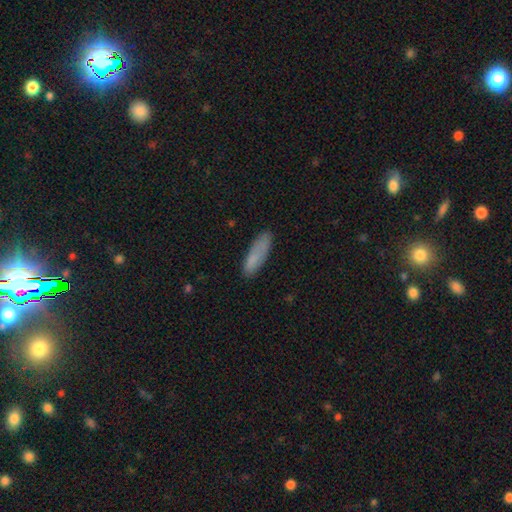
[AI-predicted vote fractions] This is clearly a smooth galaxy (83%). How rounded: possibly cigar-shaped (59%). Merging: clearly none (81%).